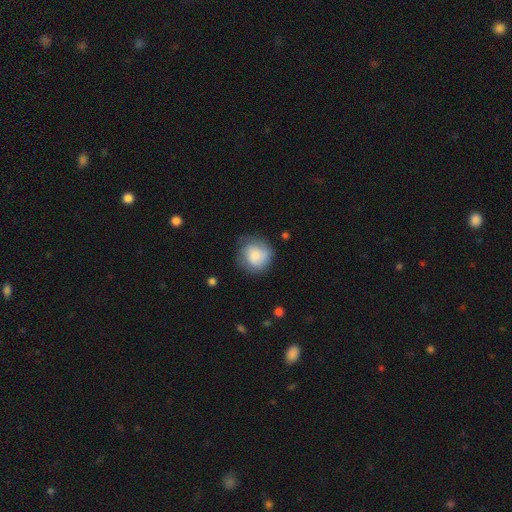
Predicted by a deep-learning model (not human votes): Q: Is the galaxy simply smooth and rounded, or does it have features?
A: smooth — 67%.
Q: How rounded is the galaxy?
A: round — 88%.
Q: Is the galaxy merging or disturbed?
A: none — 70%.